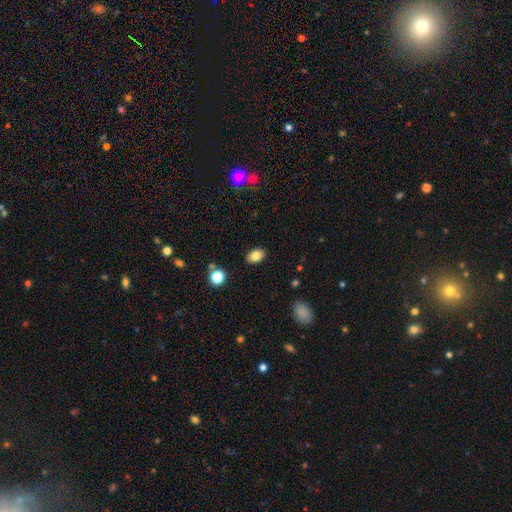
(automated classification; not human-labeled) A smooth galaxy with no disk features (82%) that is in between round and cigar-shaped (84%). Merging: none (87%).